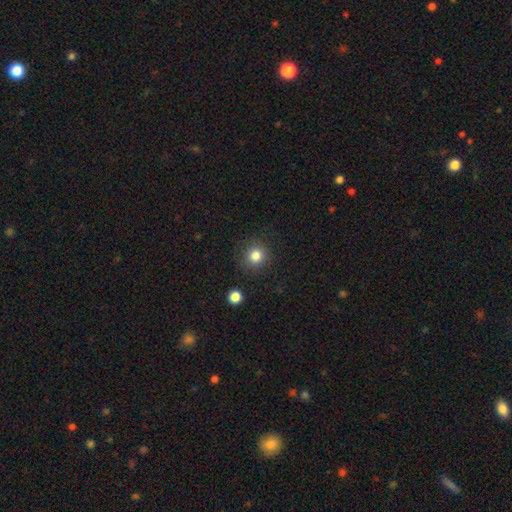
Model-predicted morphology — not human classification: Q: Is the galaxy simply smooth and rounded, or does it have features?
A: smooth — 83%.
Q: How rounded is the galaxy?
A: round — 90%.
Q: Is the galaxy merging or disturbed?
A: none — 88%.